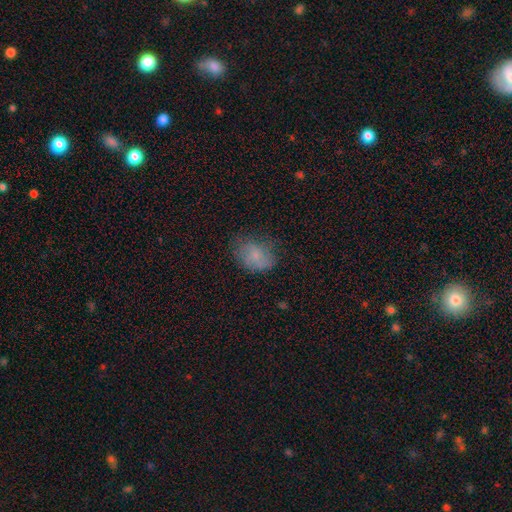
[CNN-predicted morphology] type=smooth (72%); roundness=in between (65%); merging=none (60%).